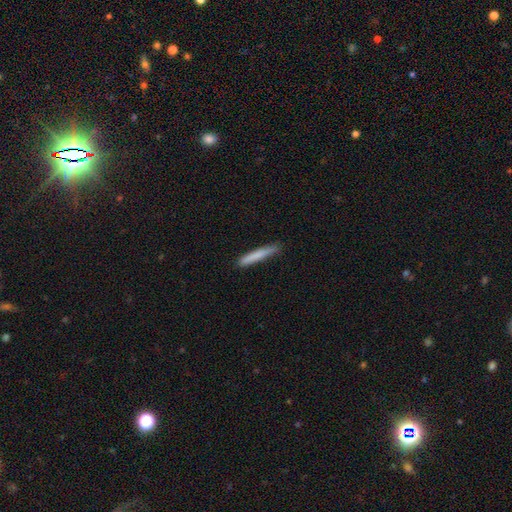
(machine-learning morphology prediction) Overall: smooth (76%). How rounded: cigar-shaped (96%). Merging: none (86%).